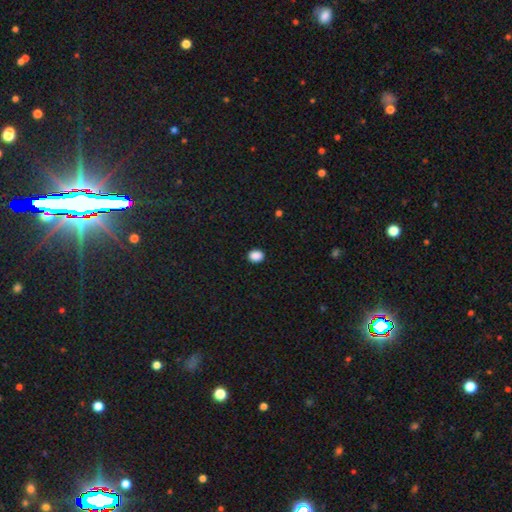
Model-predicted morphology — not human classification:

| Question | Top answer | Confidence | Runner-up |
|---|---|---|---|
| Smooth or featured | smooth | 88% | star or artifact (9%) |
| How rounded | in between | 52% | round (47%) |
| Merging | none | 91% | minor disturbance (7%) |